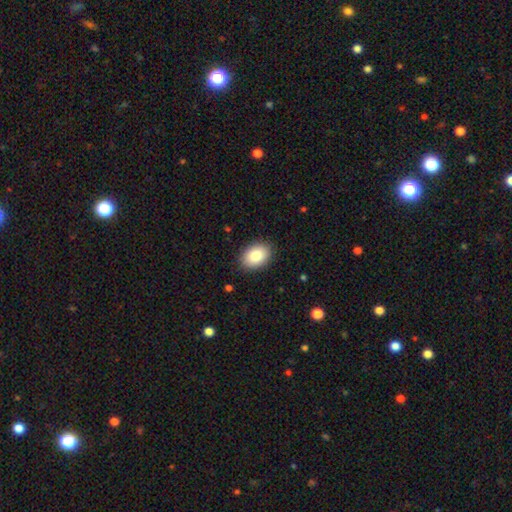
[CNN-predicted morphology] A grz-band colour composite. It shows a smooth galaxy with no disk features (85%) that is in between round and cigar-shaped (84%). Merging: none (89%).